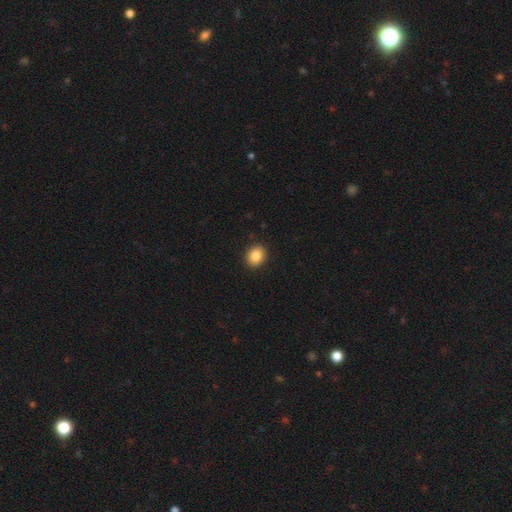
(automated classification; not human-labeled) smooth-or-featured: smooth: 86% | star or artifact: 9% | featured or disk: 5%
  how-rounded: round: 64% | in between: 35% | cigar-shaped: 1%
  merging: none: 92% | minor disturbance: 6% | major disturbance: 2% | merger: 1%